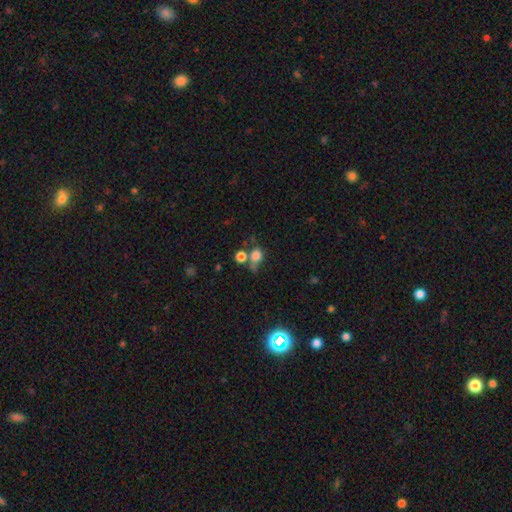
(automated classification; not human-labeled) A smooth galaxy with no disk features (75%) that is round (69%). Merging: none (40%).